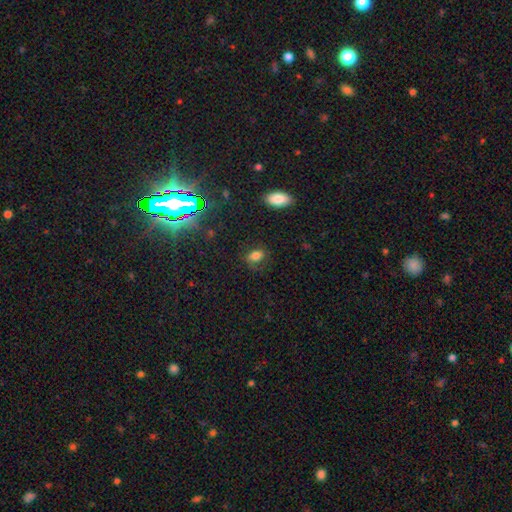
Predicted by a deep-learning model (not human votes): Smooth or featured? smooth (71%)
How rounded? in between (74%)
Merging? none (65%)